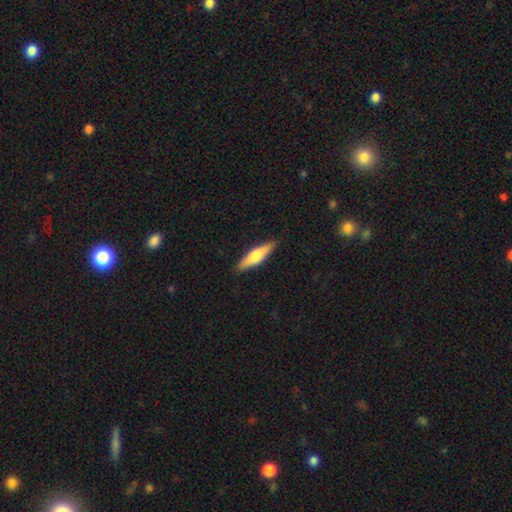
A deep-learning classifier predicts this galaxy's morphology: smooth 56%, featured or disk 38%, star or artifact 5%. Down the decision tree: how rounded — cigar-shaped (70%); merging — none (90%).